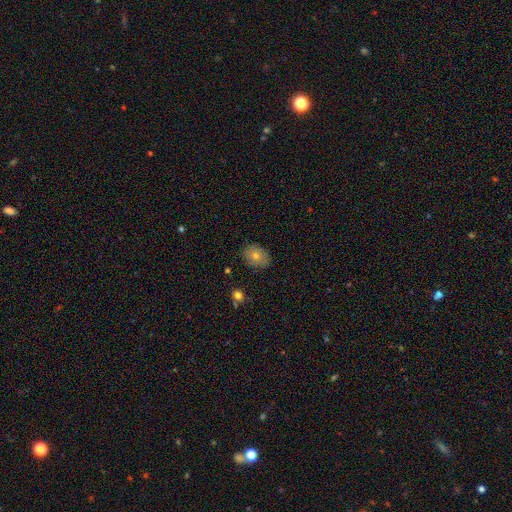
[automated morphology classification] Smooth or featured: smooth — 68% (featured or disk — 18%)
How rounded: in between — 58% (round — 41%)
Merging: none — 84% (minor disturbance — 12%)